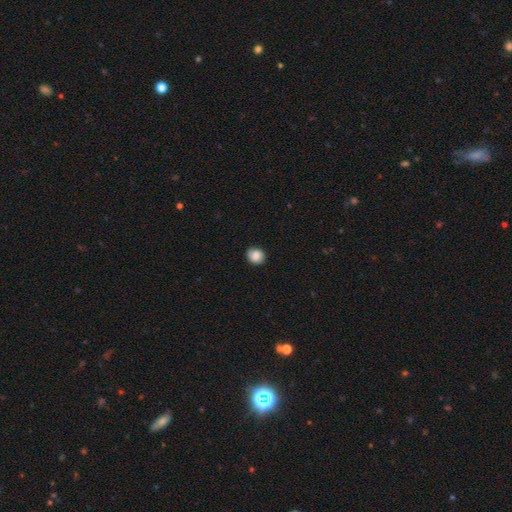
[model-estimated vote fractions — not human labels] Smooth or featured?
  - smooth: 86% *
  - star or artifact: 8%
  - featured or disk: 5%
How rounded?
  - round: 74% *
  - in between: 25%
  - cigar-shaped: 1%
Merging?
  - none: 88% *
  - minor disturbance: 9%
  - major disturbance: 2%
  - merger: 1%